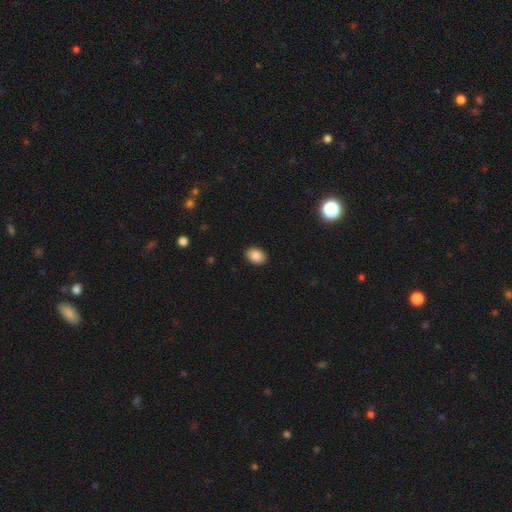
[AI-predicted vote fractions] smooth 86%, star or artifact 8%, featured or disk 6%. Down the decision tree: how rounded — in between (77%); merging — none (90%).